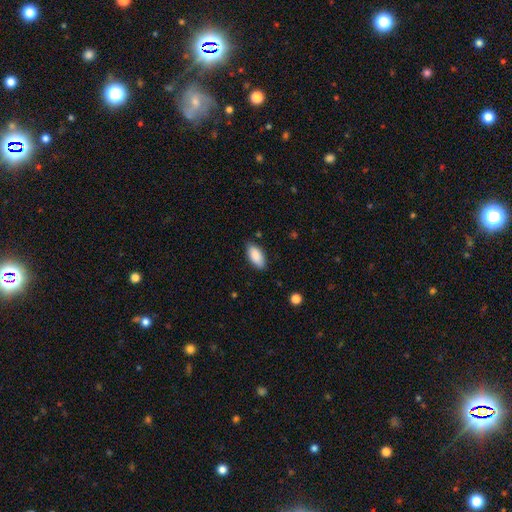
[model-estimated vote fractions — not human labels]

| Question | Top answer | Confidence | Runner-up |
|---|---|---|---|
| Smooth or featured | smooth | 89% | star or artifact (6%) |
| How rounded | in between | 92% | cigar-shaped (6%) |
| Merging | none | 83% | minor disturbance (13%) |